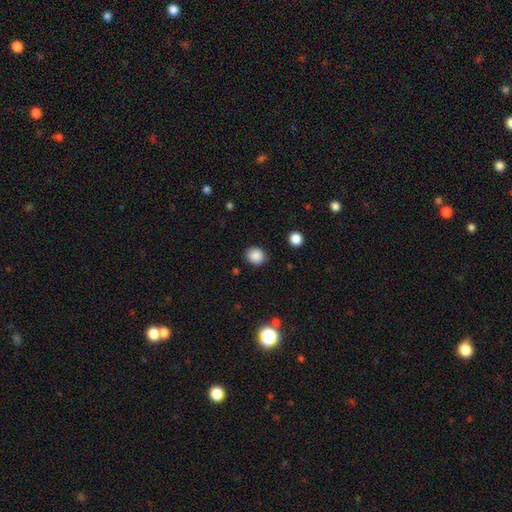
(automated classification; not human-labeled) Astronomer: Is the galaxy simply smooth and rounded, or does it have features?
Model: smooth — 87%.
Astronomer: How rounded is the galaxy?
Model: round — 82%.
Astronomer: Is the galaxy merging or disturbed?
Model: none — 88%.